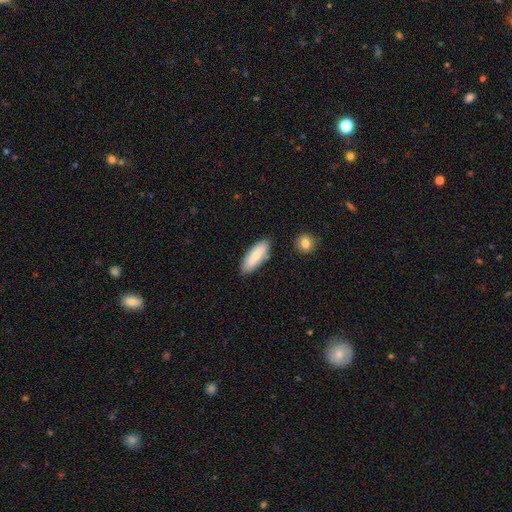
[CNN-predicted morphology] A smooth galaxy with no disk features (76%) that is in between round and cigar-shaped (67%). Merging: none (82%).